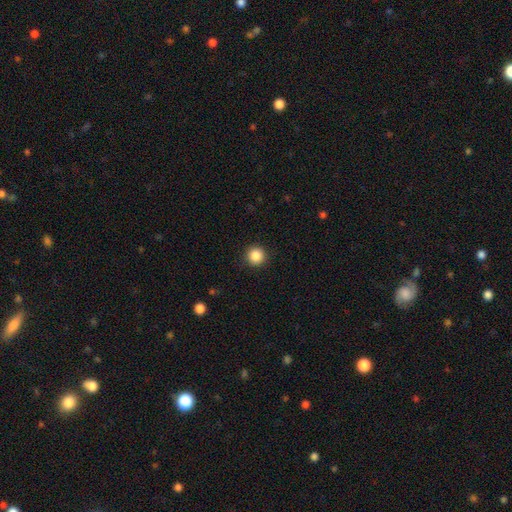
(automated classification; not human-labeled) Morphology: type=smooth (87%); roundness=round (95%); merging=none (92%).